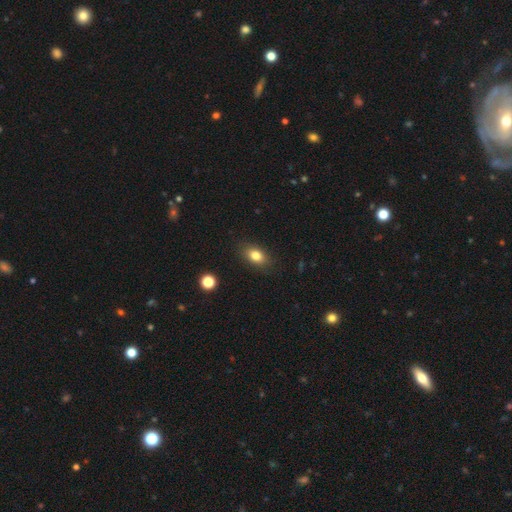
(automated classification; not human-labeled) A smooth galaxy with no disk features (82%) that is in between round and cigar-shaped (83%). Merging: none (86%).